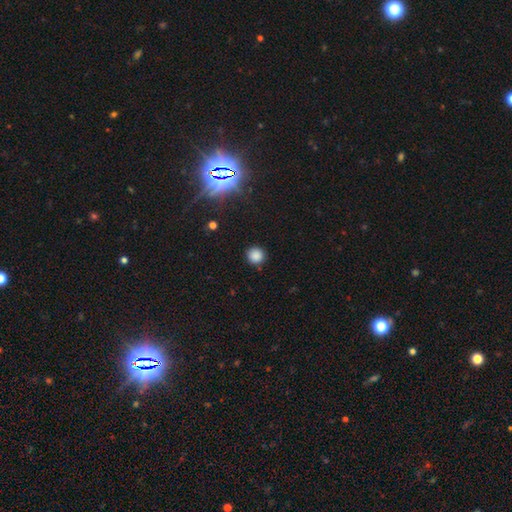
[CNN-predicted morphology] Smooth or featured: smooth — 83% (star or artifact — 14%)
How rounded: round — 94% (in between — 5%)
Merging: none — 89% (minor disturbance — 7%)